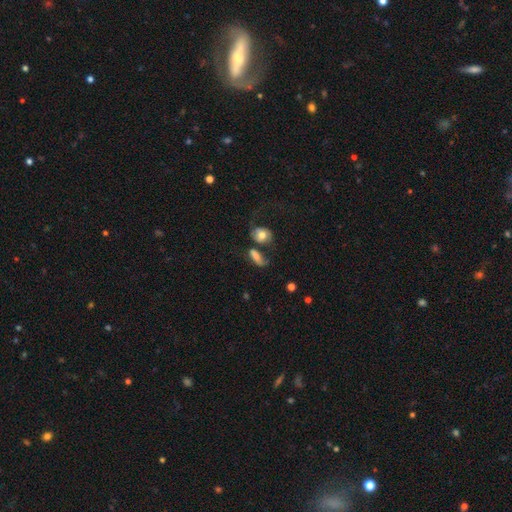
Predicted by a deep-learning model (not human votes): Overall: smooth (57%; featured or disk 33%). How rounded: in between (74%). Merging: none (31%; merger 30%).